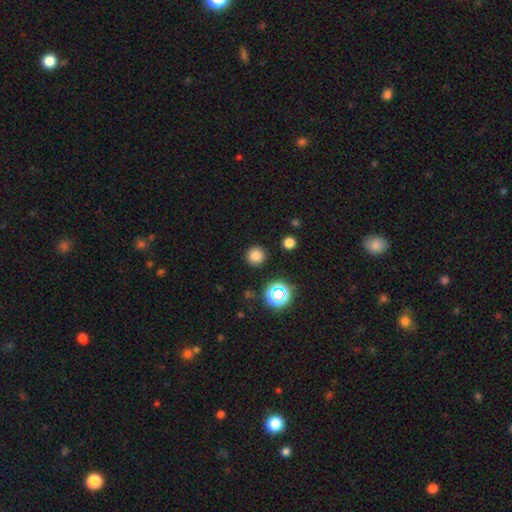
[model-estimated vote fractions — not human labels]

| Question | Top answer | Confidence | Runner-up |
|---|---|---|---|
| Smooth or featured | smooth | 78% | star or artifact (17%) |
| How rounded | round | 94% | in between (5%) |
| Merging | none | 90% | minor disturbance (6%) |